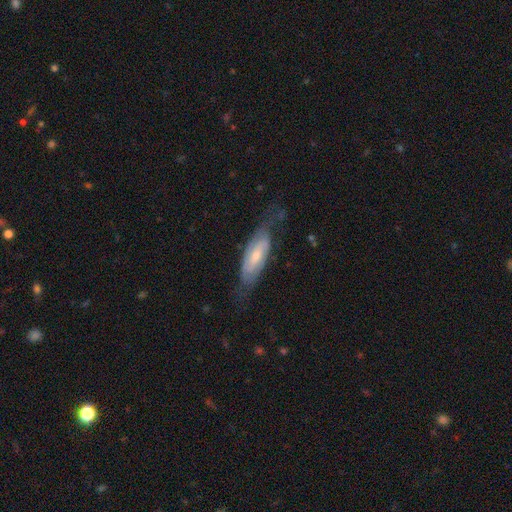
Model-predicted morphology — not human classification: This is likely a featured or disk galaxy (63%). It is clearly not viewed edge-on (80%). Bar: marginally weak (42%, tied with no). Spiral arm pattern: clearly yes (83%). Central bulge: possibly small (47%). Merging: possibly none (59%).